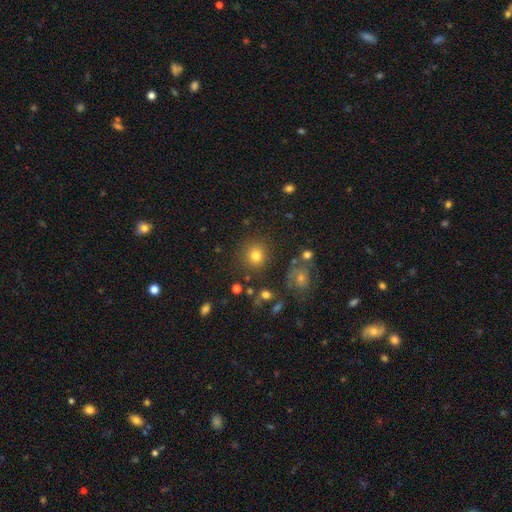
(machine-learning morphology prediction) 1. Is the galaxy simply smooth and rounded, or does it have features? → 79% smooth, 13% star or artifact, 8% featured or disk.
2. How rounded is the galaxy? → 88% round, 11% in between, 1% cigar-shaped.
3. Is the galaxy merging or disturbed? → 84% none, 9% minor disturbance, 4% merger, 4% major disturbance.